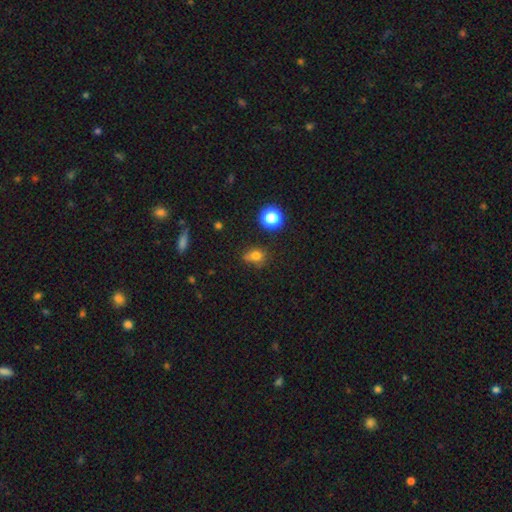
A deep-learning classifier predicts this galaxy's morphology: smooth_or_featured: smooth (p=0.74) [alt: star or artifact p=0.17]
how_rounded: round (p=0.52) [alt: in between p=0.46]
merging: none (p=0.52) [alt: minor disturbance p=0.29]